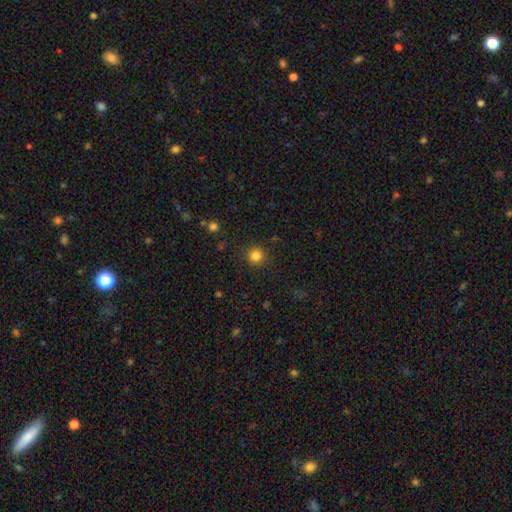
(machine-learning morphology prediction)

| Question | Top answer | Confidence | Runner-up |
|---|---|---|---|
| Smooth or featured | smooth | 83% | star or artifact (12%) |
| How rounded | round | 94% | in between (5%) |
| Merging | none | 90% | minor disturbance (6%) |